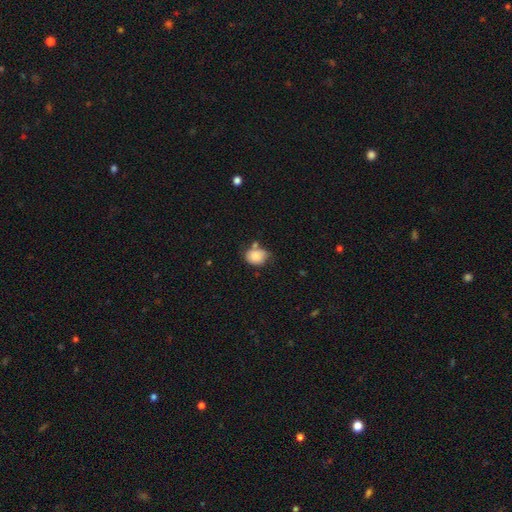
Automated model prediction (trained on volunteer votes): Smooth or featured: smooth — 82% (featured or disk — 10%)
How rounded: round — 57% (in between — 42%)
Merging: none — 49% (minor disturbance — 29%)